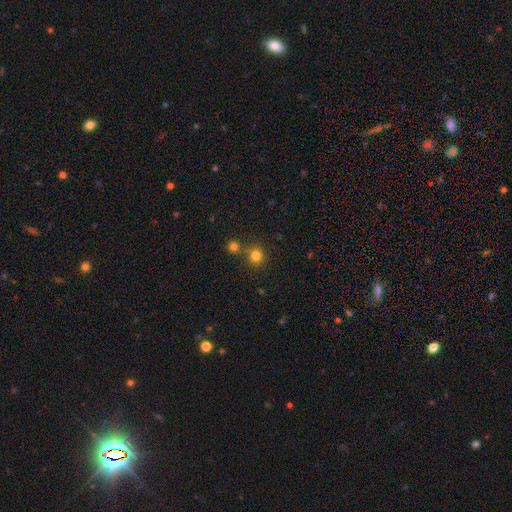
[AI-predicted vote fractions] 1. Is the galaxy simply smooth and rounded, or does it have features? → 79% smooth, 15% star or artifact, 6% featured or disk.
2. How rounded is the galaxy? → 90% round, 9% in between, 1% cigar-shaped.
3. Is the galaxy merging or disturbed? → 73% none, 16% merger, 7% minor disturbance, 3% major disturbance.